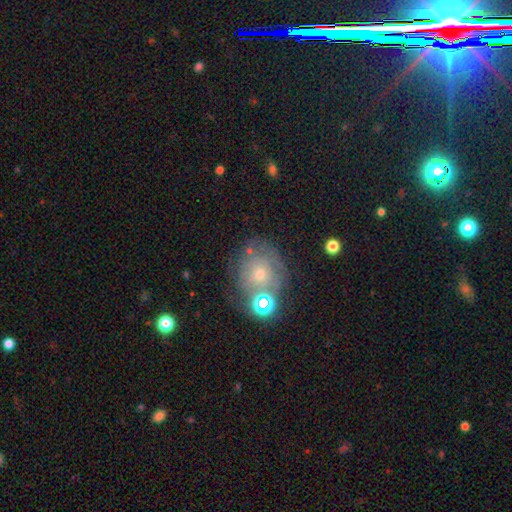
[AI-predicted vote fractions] smooth_or_featured: featured or disk (p=0.45) [alt: smooth p=0.32]
merging: none (p=0.65) [alt: merger p=0.15]